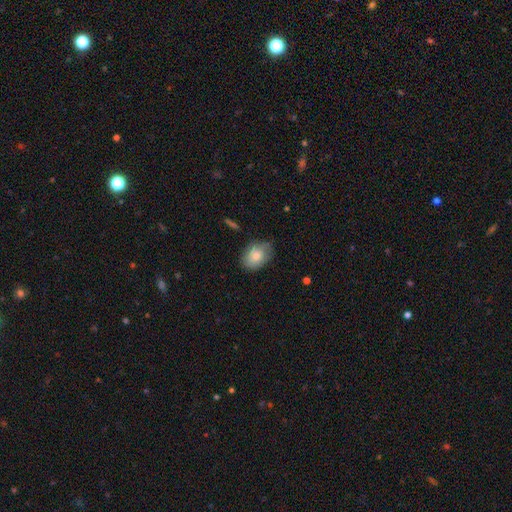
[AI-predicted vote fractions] Smooth or featured? Predicted: smooth (p=0.80). How rounded? Predicted: in between (p=0.72). Merging? Predicted: none (p=0.70).